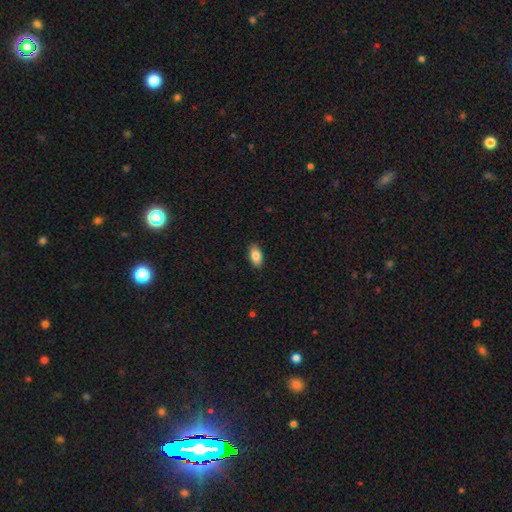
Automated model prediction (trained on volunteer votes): A smooth galaxy with no disk features (85%) that is in between round and cigar-shaped (93%). Merging: none (89%).